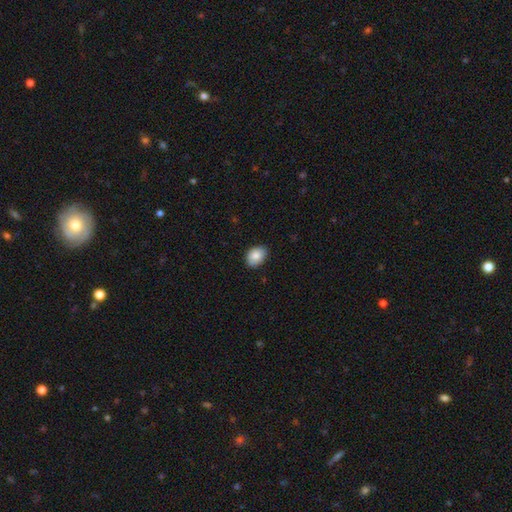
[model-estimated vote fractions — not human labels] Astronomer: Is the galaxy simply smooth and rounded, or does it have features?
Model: smooth — 84%.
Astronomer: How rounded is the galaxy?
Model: in between — 72%.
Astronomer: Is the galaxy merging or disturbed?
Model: none — 81%.